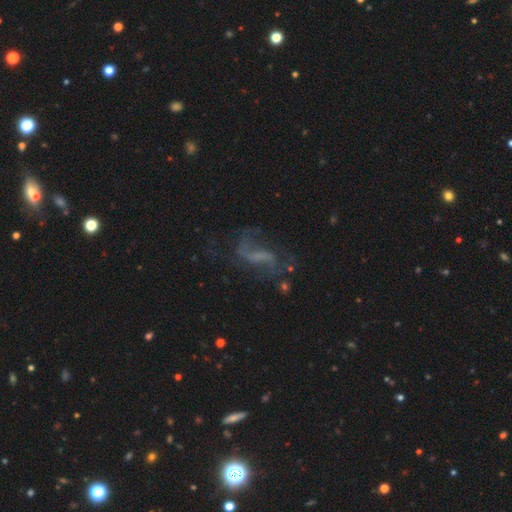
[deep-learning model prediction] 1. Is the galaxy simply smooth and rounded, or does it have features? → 69% featured or disk, 17% star or artifact, 14% smooth.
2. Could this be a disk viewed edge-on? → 94% no, 6% yes.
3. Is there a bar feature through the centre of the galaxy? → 39% weak, 32% strong, 29% no.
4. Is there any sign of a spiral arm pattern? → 84% yes, 16% no.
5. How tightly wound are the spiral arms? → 68% loose, 25% medium, 7% tight.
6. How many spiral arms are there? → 78% 2, 9% can't tell, 8% 1, 2% 3, 1% 4, 1% more than 4.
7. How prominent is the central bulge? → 62% none, 23% small, 10% moderate, 3% large, 1% dominant.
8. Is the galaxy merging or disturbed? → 56% none, 22% major disturbance, 18% minor disturbance, 5% merger.